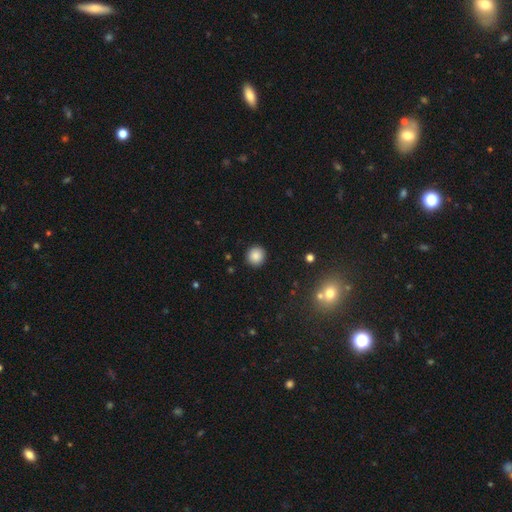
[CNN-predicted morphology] A smooth galaxy with no disk features (87%) that is round (92%). Merging: none (92%).